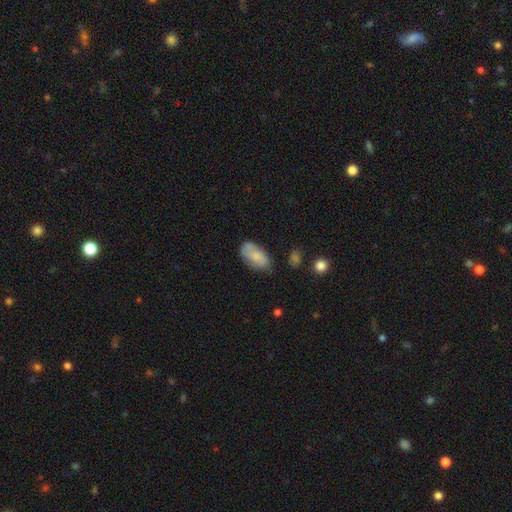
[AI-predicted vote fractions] smooth-or-featured: smooth: 70% | featured or disk: 23% | star or artifact: 7%
  how-rounded: in between: 93% | round: 4% | cigar-shaped: 3%
  merging: none: 60% | minor disturbance: 29% | major disturbance: 7% | merger: 4%